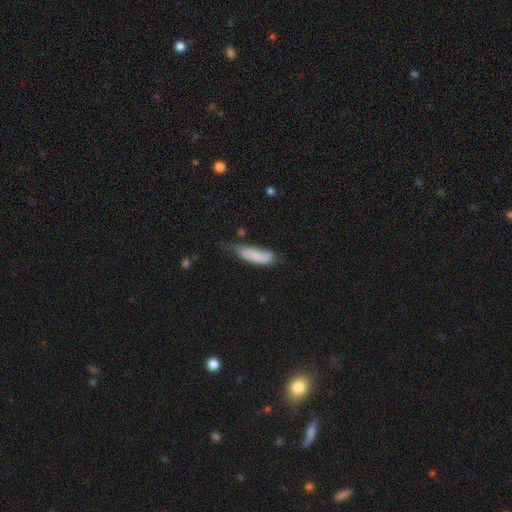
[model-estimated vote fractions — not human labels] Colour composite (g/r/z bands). It shows a smooth galaxy with no disk features (69%) that is in between round and cigar-shaped (58%). Merging: none (38%).